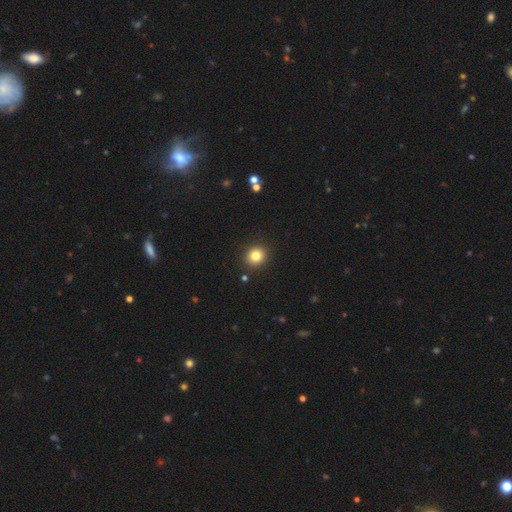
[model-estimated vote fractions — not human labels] Smooth or featured?
  - smooth: 82% *
  - star or artifact: 11%
  - featured or disk: 6%
How rounded?
  - round: 82% *
  - in between: 17%
  - cigar-shaped: 1%
Merging?
  - none: 90% *
  - minor disturbance: 6%
  - major disturbance: 2%
  - merger: 2%